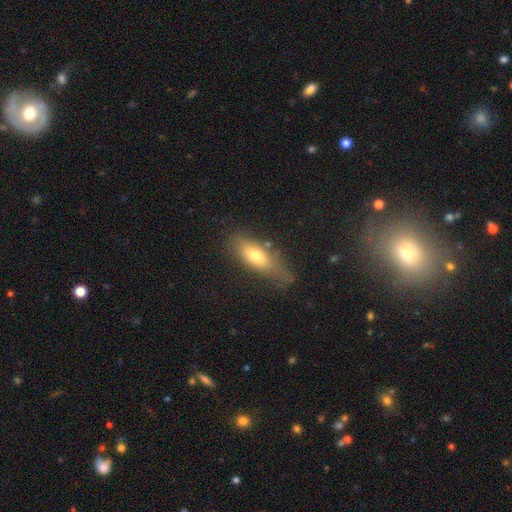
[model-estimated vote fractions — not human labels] Smooth or featured?
  - smooth: 69% *
  - featured or disk: 23%
  - star or artifact: 8%
How rounded?
  - in between: 70% *
  - cigar-shaped: 27%
  - round: 3%
Merging?
  - none: 54% *
  - minor disturbance: 28%
  - major disturbance: 13%
  - merger: 4%